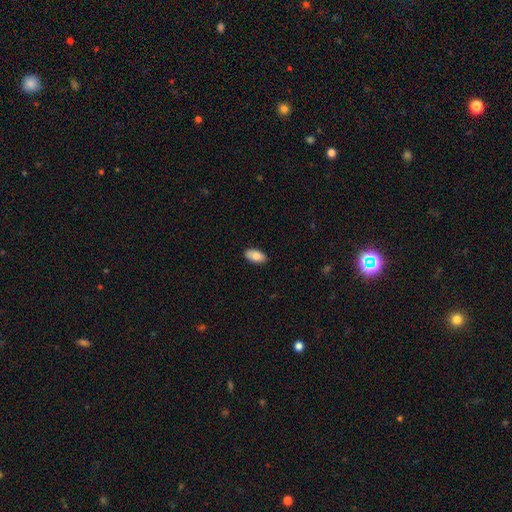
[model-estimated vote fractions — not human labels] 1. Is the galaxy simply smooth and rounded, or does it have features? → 82% smooth, 11% featured or disk, 7% star or artifact.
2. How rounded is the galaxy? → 94% in between, 3% cigar-shaped, 3% round.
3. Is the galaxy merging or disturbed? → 87% none, 10% minor disturbance, 2% major disturbance, 1% merger.